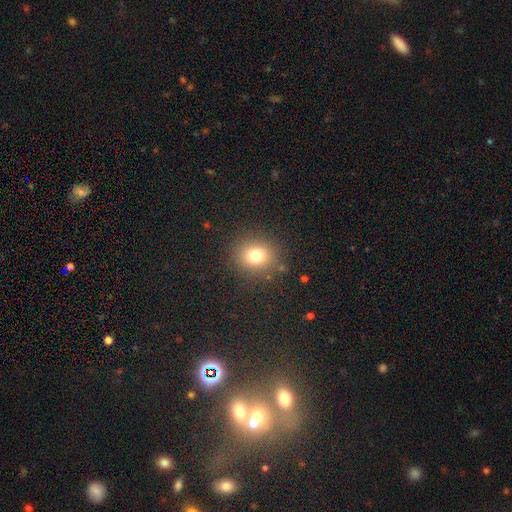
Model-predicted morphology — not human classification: smooth 77%, star or artifact 14%, featured or disk 9%. Down the decision tree: how rounded — round (72%); merging — none (87%).